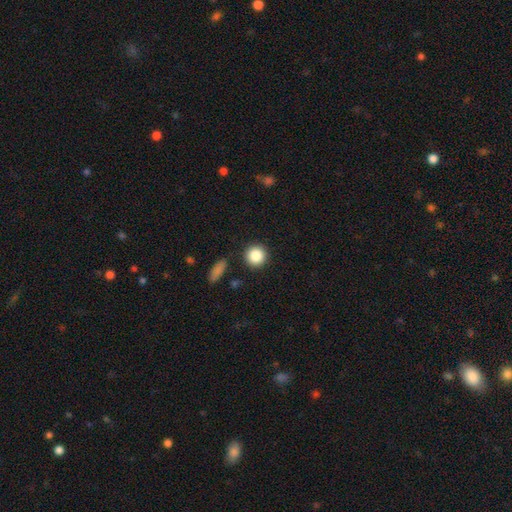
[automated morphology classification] Smooth or featured? Predicted: smooth (p=0.87). How rounded? Predicted: round (p=0.93). Merging? Predicted: none (p=0.89).